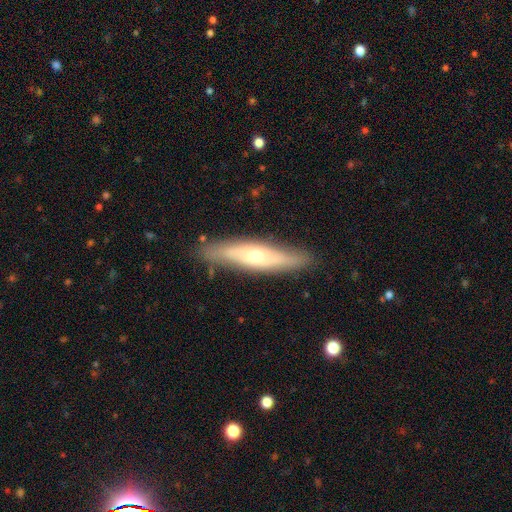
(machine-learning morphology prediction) A featured or disk galaxy (55%) viewed edge-on (68%). Merging: none (84%).